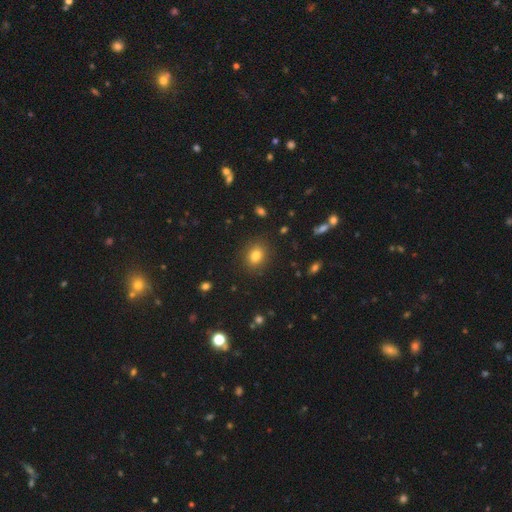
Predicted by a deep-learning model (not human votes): smooth_or_featured: smooth (p=0.81) [alt: star or artifact p=0.12]
how_rounded: round (p=0.55) [alt: in between p=0.43]
merging: none (p=0.87) [alt: minor disturbance p=0.08]